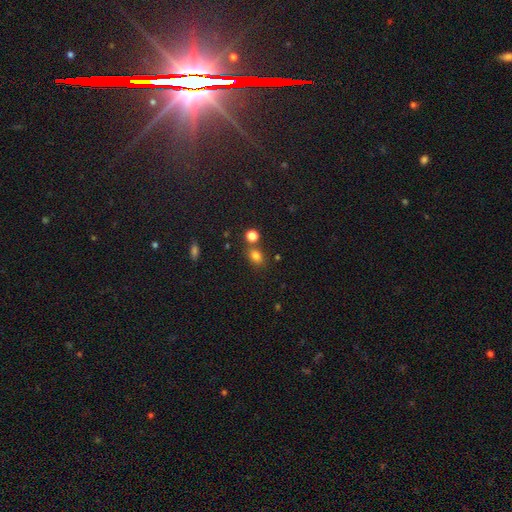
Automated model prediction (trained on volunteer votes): Q: Smooth or featured?
A: smooth (80%); runner-up: star or artifact (14%)
Q: How rounded?
A: in between (56%); runner-up: round (43%)
Q: Merging?
A: none (69%); runner-up: merger (16%)